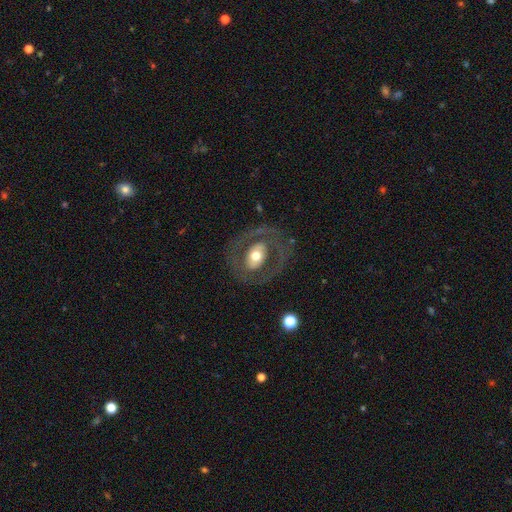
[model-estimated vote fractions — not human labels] A featured or disk galaxy (59%) with no bar (68%), no spiral arms (74%) and a moderate central bulge (65%). Merging: none (75%).